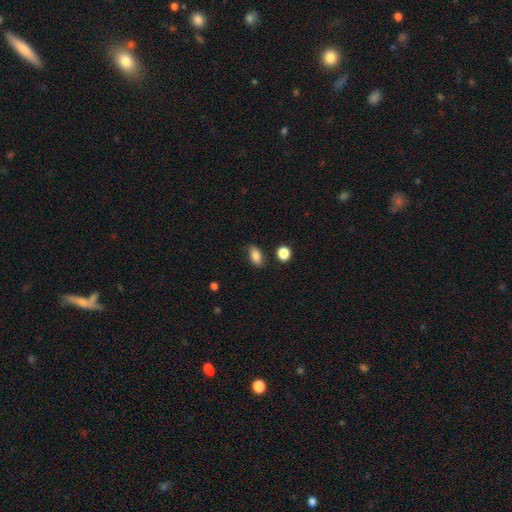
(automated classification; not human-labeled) A smooth galaxy with no disk features (84%) that is in between round and cigar-shaped (86%).

Vote fractions:
- Smooth or featured? smooth: 84% / star or artifact: 9% / featured or disk: 7%
- How rounded? in between: 86% / round: 10% / cigar-shaped: 3%
- Merging? none: 79% / minor disturbance: 14% / major disturbance: 3% / merger: 3%